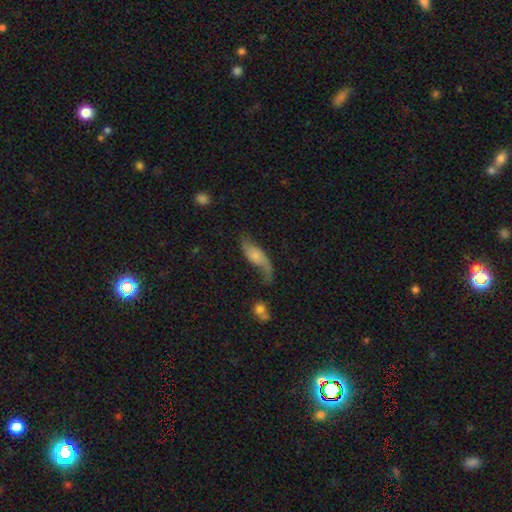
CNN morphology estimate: smooth-or-featured: featured or disk: 67% | smooth: 25% | star or artifact: 7%
  disk-edge-on: no: 90% | yes: 10%
    bar: no: 67% | weak: 27% | strong: 6%
    has-spiral-arms: yes: 90% | no: 10%
      spiral-winding: loose: 82% | medium: 14% | tight: 4%
      spiral-arm-count: 2: 80% | 1: 13% | can't tell: 4% | 3: 1% | 4: 1% | more than 4: 1%
    bulge-size: small: 53% | moderate: 31% | none: 10% | large: 4% | dominant: 2%
  merging: none: 45% | minor disturbance: 25% | major disturbance: 23% | merger: 7%